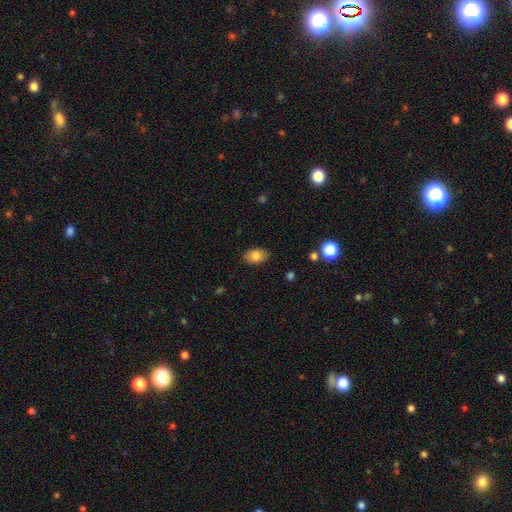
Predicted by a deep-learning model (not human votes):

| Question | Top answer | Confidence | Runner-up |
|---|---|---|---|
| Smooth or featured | smooth | 81% | featured or disk (11%) |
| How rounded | in between | 89% | round (10%) |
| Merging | none | 85% | minor disturbance (11%) |